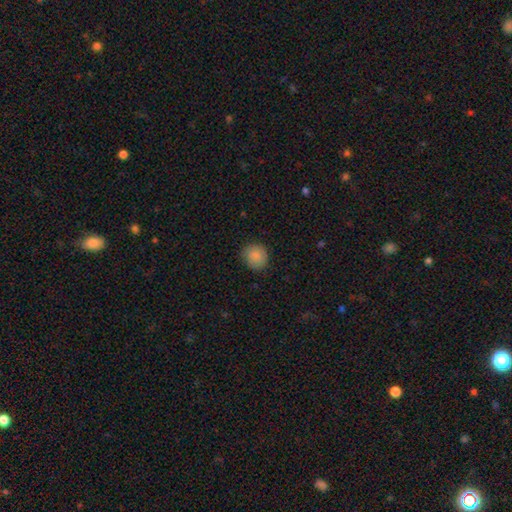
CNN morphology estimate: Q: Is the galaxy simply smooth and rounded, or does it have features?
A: smooth — 87%.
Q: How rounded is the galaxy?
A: round — 81%.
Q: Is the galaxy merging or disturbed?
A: none — 81%.